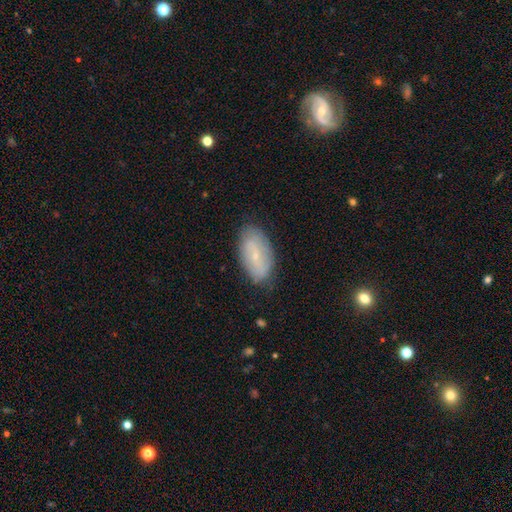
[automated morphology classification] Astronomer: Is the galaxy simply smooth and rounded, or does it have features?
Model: smooth — 49% (runner-up: featured or disk, 43%).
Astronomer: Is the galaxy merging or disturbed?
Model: none — 82%.